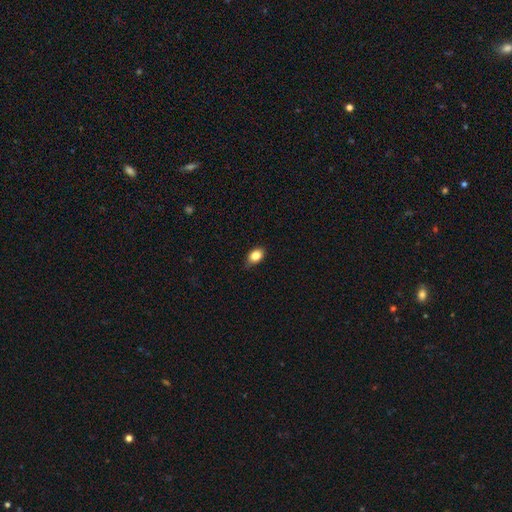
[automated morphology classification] Smooth or featured?
  - smooth: 84% *
  - star or artifact: 9%
  - featured or disk: 7%
How rounded?
  - in between: 82% *
  - round: 17%
  - cigar-shaped: 2%
Merging?
  - none: 78% *
  - minor disturbance: 18%
  - major disturbance: 3%
  - merger: 1%